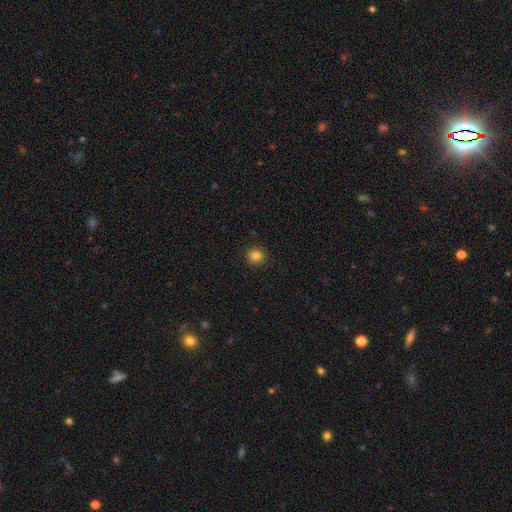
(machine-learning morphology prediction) This is clearly a smooth galaxy (83%). How rounded: clearly round (93%). Merging: clearly none (92%).